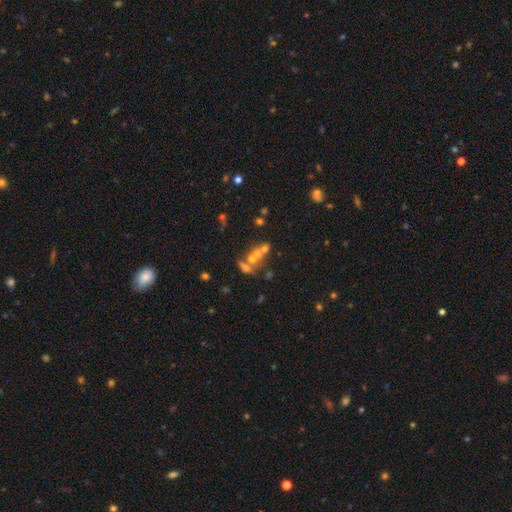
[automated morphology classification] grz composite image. It shows a smooth galaxy with no disk features (41%). Merging: merger (52%).